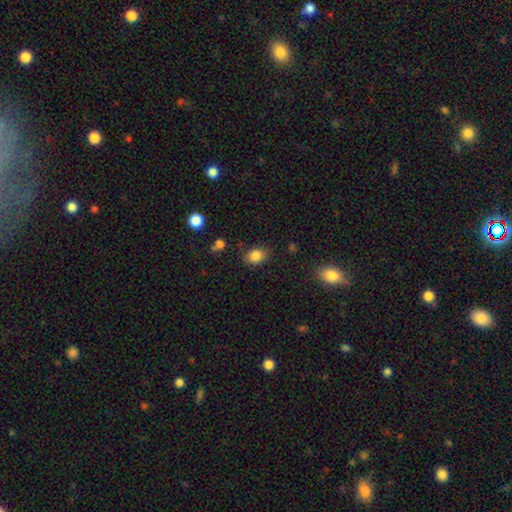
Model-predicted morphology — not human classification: smooth 84%, star or artifact 10%, featured or disk 7%. Down the decision tree: how rounded — in between (67%); merging — none (78%).